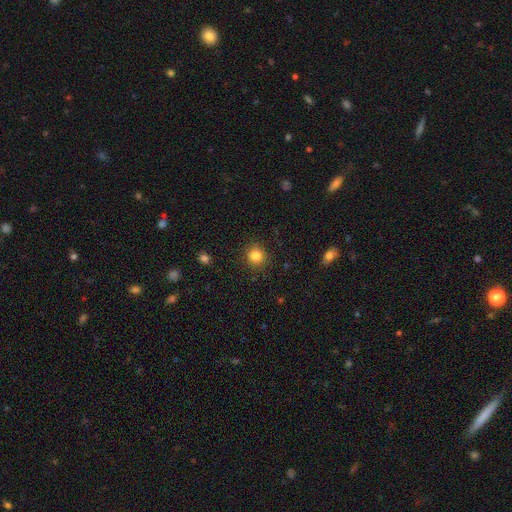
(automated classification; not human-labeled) Smooth or featured? smooth (83%)
How rounded? round (89%)
Merging? none (89%)